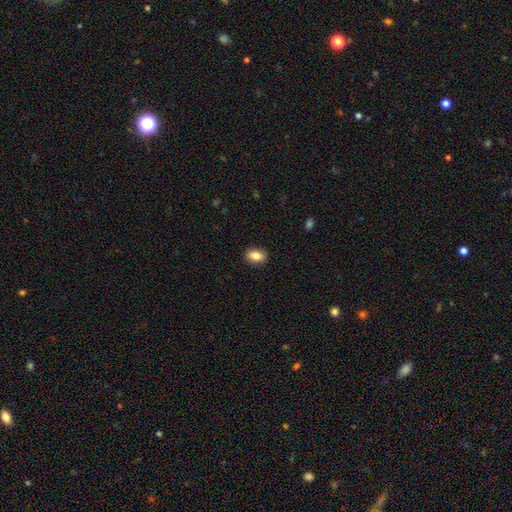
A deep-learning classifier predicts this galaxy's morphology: Smooth or featured? smooth (84%)
How rounded? in between (81%)
Merging? none (90%)